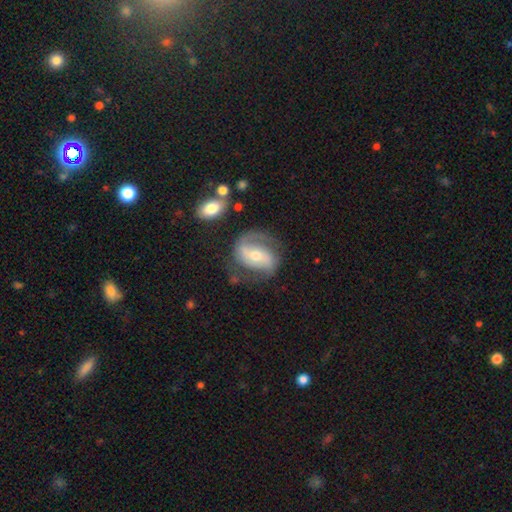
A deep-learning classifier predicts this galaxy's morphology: Smooth or featured? Predicted: featured or disk (p=0.80). Edge-on disk? Predicted: no (p=0.97). Bar? Predicted: weak (p=0.37). Spiral arms? Predicted: yes (p=0.91). Spiral winding? Predicted: medium (p=0.47). Spiral arm count? Predicted: 2 (p=0.78). Bulge size? Predicted: moderate (p=0.60). Merging? Predicted: none (p=0.64).